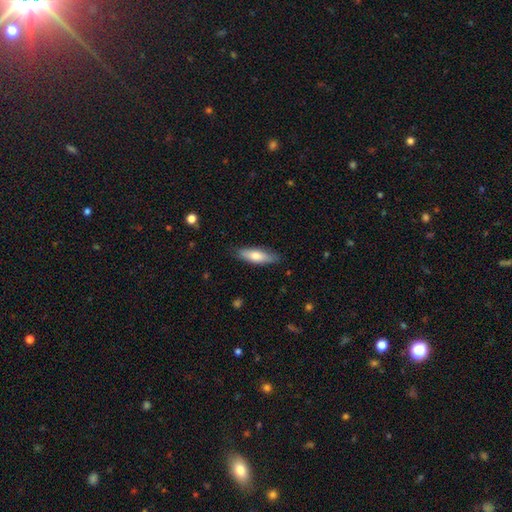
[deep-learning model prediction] This appears to be a smooth galaxy with no disk features (71%) that is cigar-shaped (53%). Merging: none (84%).